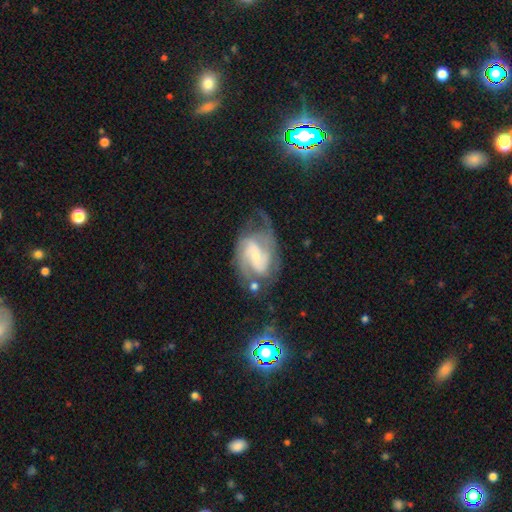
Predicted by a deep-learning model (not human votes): Smooth or featured?
  - featured or disk: 84% *
  - smooth: 10%
  - star or artifact: 7%
Edge-on disk?
  - no: 97% *
  - yes: 3%
Bar?
  - weak: 47% *
  - no: 28%
  - strong: 26%
Spiral arms?
  - yes: 95% *
  - no: 5%
Spiral winding?
  - medium: 48% *
  - tight: 33%
  - loose: 18%
Spiral arm count?
  - 2: 58% *
  - can't tell: 17%
  - 3: 14%
  - 1: 4%
  - 4: 4%
  - more than 4: 3%
Bulge size?
  - small: 63% *
  - moderate: 24%
  - none: 7%
  - large: 4%
  - dominant: 1%
Merging?
  - none: 49% *
  - minor disturbance: 23%
  - major disturbance: 22%
  - merger: 6%